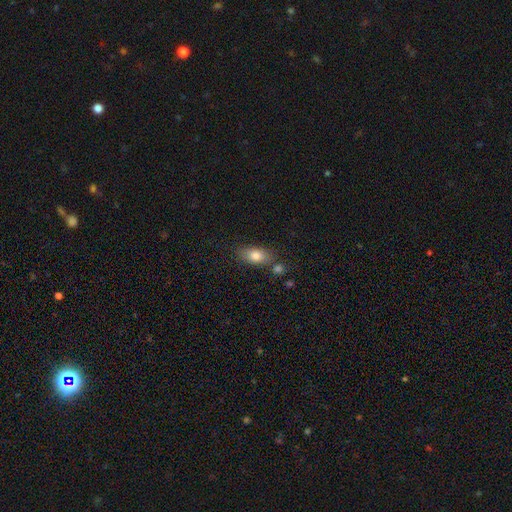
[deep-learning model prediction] Smooth or featured? smooth (79%)
How rounded? in between (84%)
Merging? none (71%)